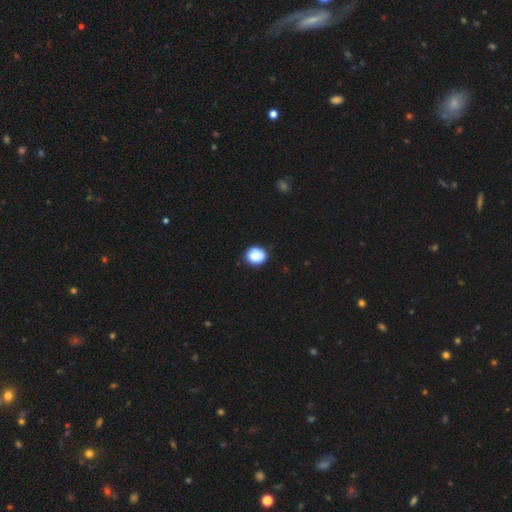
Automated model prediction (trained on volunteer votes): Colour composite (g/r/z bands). It shows a smooth galaxy with no disk features (86%) that is round (75%). Merging: none (80%).